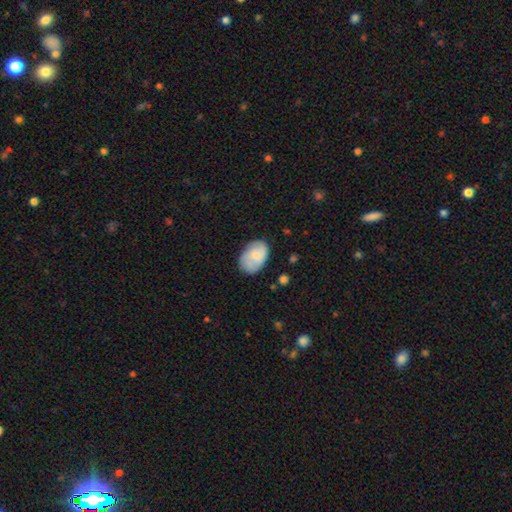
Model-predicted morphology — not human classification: A smooth galaxy with no disk features (68%) that is in between round and cigar-shaped (85%).

Vote fractions:
- Smooth or featured? smooth: 68% / featured or disk: 26% / star or artifact: 7%
- How rounded? in between: 85% / round: 14% / cigar-shaped: 1%
- Merging? none: 68% / minor disturbance: 24% / major disturbance: 6% / merger: 2%